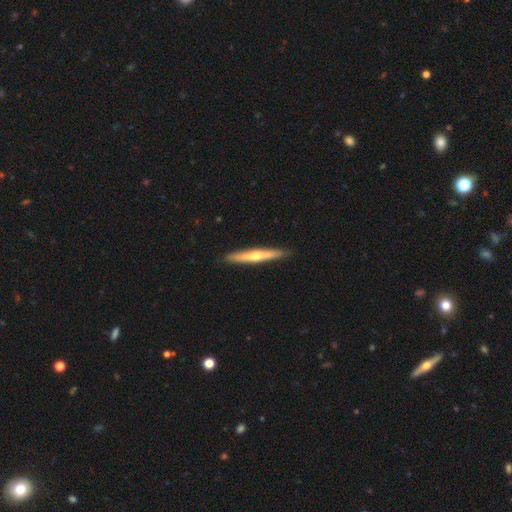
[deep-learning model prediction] smooth_or_featured: featured or disk (p=0.56) [alt: smooth p=0.39]
disk_edge_on: yes (p=0.95) [alt: no p=0.05]
edge_on_bulge: rounded (p=0.82) [alt: none p=0.15]
merging: none (p=0.91) [alt: minor disturbance p=0.07]